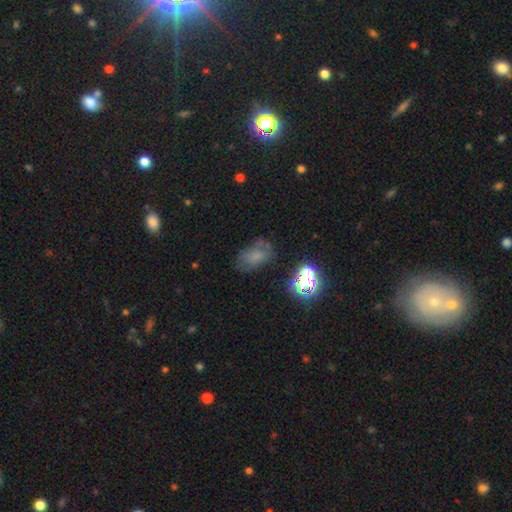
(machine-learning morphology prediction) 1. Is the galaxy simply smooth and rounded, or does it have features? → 50% smooth, 27% featured or disk, 23% star or artifact.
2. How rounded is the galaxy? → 83% in between, 15% round, 2% cigar-shaped.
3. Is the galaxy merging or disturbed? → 52% none, 26% minor disturbance, 16% major disturbance, 6% merger.